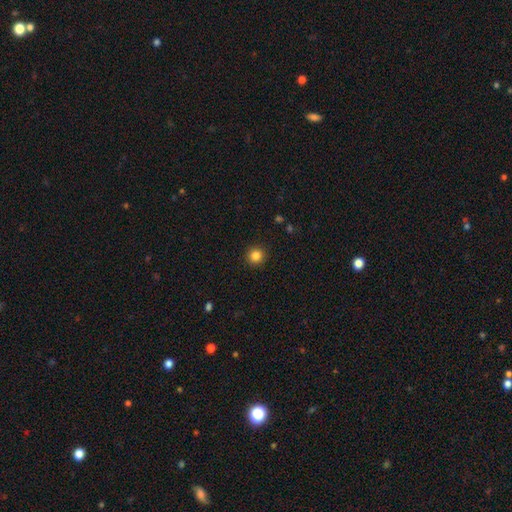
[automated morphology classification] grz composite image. It shows a smooth galaxy with no disk features (84%) that is round (94%). Merging: none (92%).